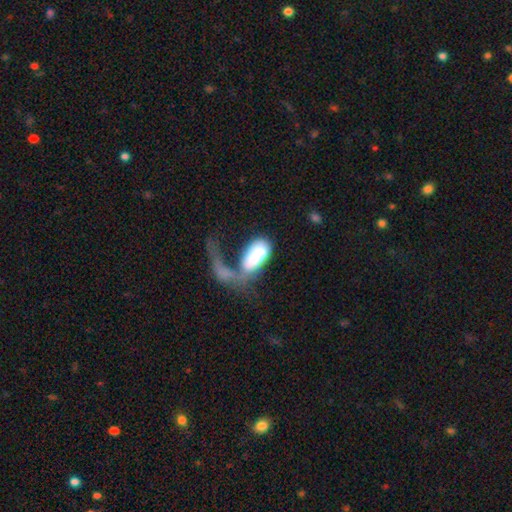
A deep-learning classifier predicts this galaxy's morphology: Smooth or featured?
  - smooth: 63% *
  - featured or disk: 30%
  - star or artifact: 7%
How rounded?
  - in between: 90% *
  - round: 6%
  - cigar-shaped: 5%
Merging?
  - merger: 43% *
  - major disturbance: 42%
  - none: 9%
  - minor disturbance: 7%